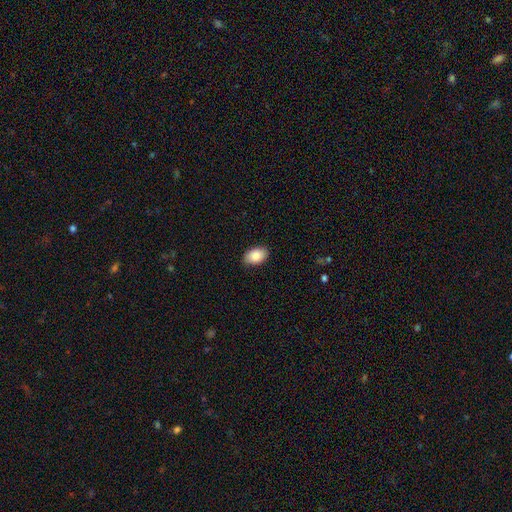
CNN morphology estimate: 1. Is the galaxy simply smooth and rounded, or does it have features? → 88% smooth, 7% star or artifact, 5% featured or disk.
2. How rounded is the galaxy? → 90% in between, 9% round, 1% cigar-shaped.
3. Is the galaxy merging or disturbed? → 87% none, 10% minor disturbance, 2% major disturbance, 1% merger.